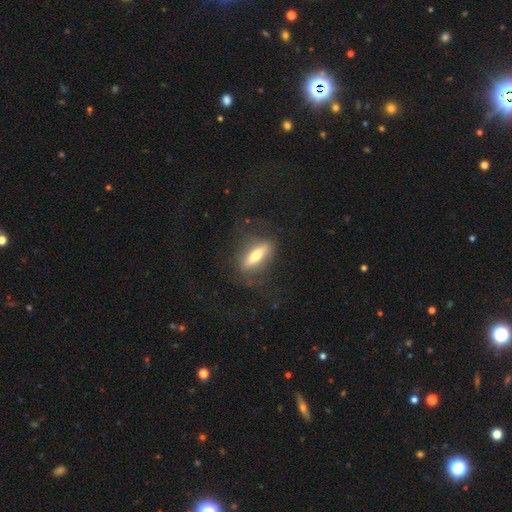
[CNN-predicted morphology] smooth_or_featured: smooth (p=0.56) [alt: featured or disk p=0.38]
how_rounded: cigar-shaped (p=0.52) [alt: in between p=0.45]
merging: none (p=0.74) [alt: minor disturbance p=0.15]